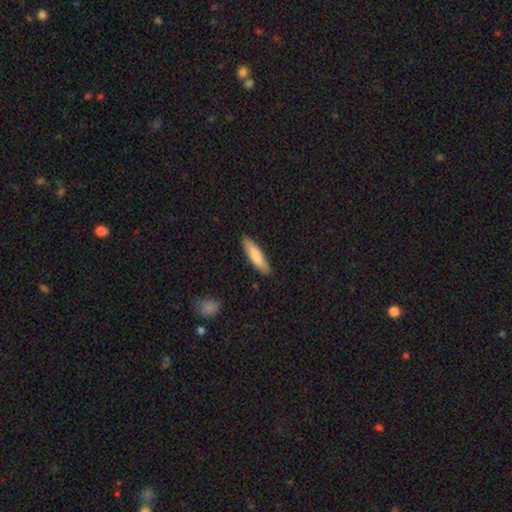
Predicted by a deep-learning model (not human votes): smooth-or-featured: smooth: 82% | featured or disk: 13% | star or artifact: 5%
  how-rounded: cigar-shaped: 72% | in between: 27% | round: 1%
  merging: none: 89% | minor disturbance: 8% | major disturbance: 2% | merger: 1%